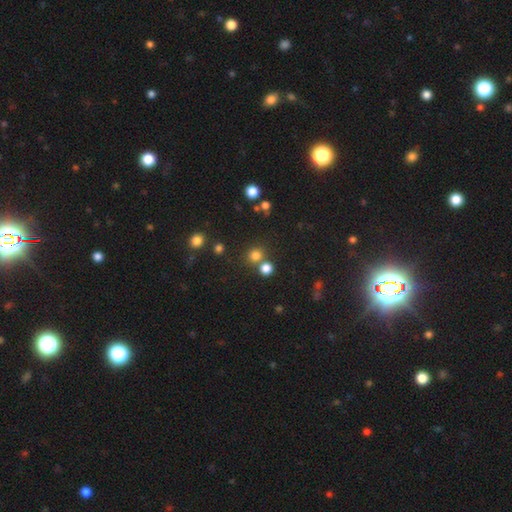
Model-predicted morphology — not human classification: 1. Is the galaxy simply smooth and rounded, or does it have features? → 76% smooth, 18% star or artifact, 6% featured or disk.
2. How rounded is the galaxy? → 89% round, 10% in between, 1% cigar-shaped.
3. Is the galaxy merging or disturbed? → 70% none, 20% merger, 7% minor disturbance, 3% major disturbance.